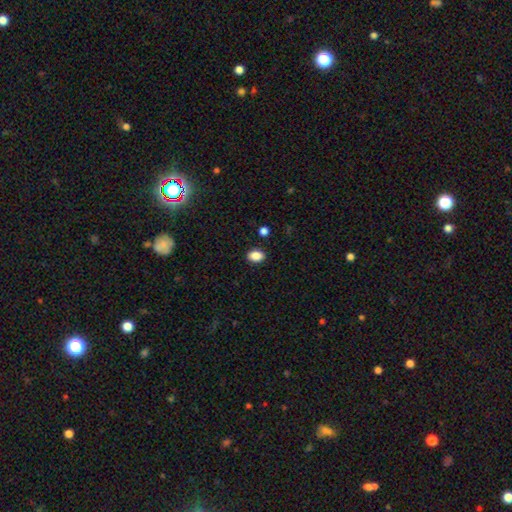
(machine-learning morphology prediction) Smooth or featured? smooth (88%)
How rounded? in between (79%)
Merging? none (89%)